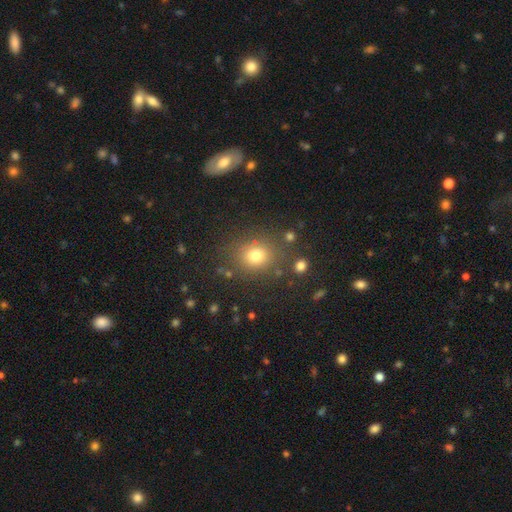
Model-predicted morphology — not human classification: A smooth galaxy with no disk features (75%) that is round (71%).

Vote fractions:
- Smooth or featured? smooth: 75% / star or artifact: 17% / featured or disk: 8%
- How rounded? round: 71% / in between: 28% / cigar-shaped: 1%
- Merging? none: 80% / minor disturbance: 10% / merger: 5% / major disturbance: 5%